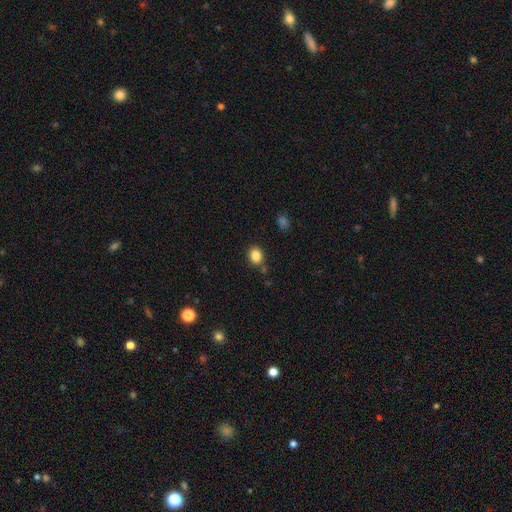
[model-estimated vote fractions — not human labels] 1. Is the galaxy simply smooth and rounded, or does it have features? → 85% smooth, 10% star or artifact, 5% featured or disk.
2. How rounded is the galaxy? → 52% round, 47% in between, 1% cigar-shaped.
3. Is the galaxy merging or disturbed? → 79% none, 13% minor disturbance, 6% merger, 3% major disturbance.